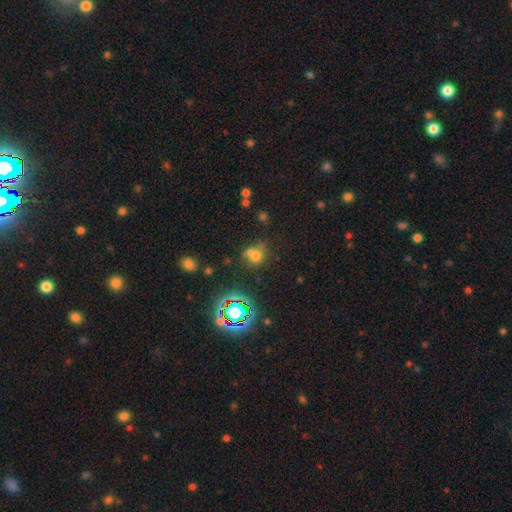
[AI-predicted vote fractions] This is possibly a smooth galaxy (59%). How rounded: likely round (75%). Merging: marginally none (44%).